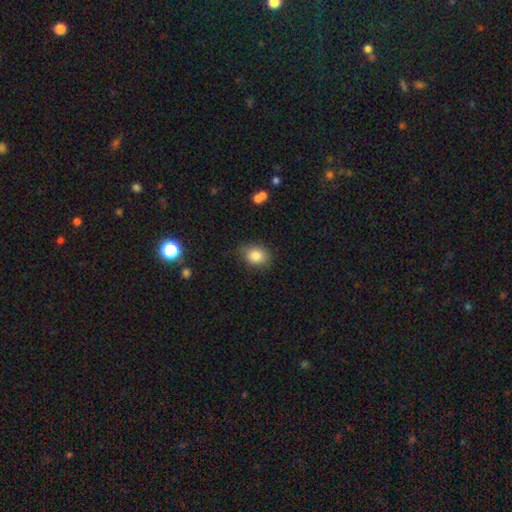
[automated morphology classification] This appears to be a smooth galaxy with no disk features (85%) that is in between round and cigar-shaped (53%). Merging: none (78%).